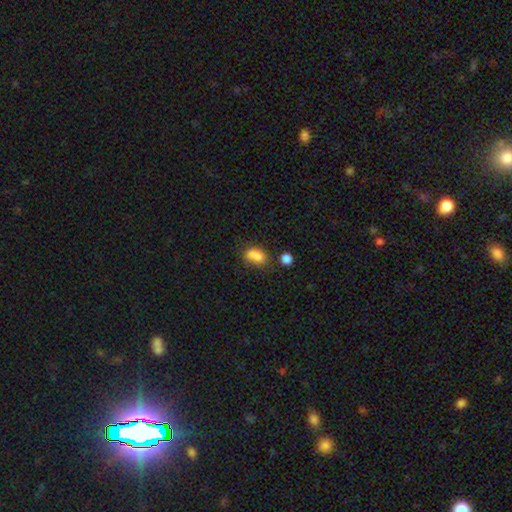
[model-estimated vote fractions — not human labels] A smooth galaxy with no disk features (79%) that is in between round and cigar-shaped (75%).

Vote fractions:
- Smooth or featured? smooth: 79% / star or artifact: 11% / featured or disk: 10%
- How rounded? in between: 75% / round: 22% / cigar-shaped: 3%
- Merging? none: 40% / merger: 29% / minor disturbance: 21% / major disturbance: 10%